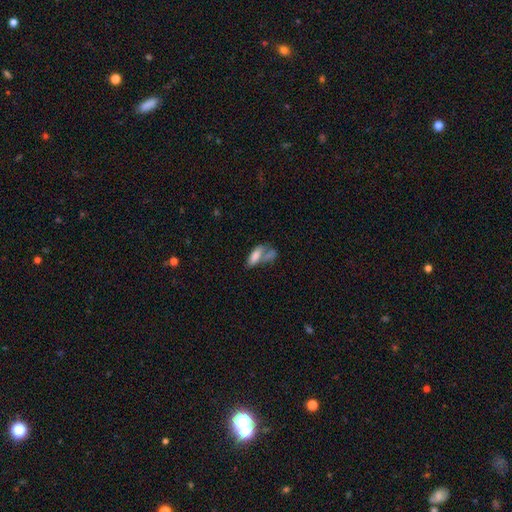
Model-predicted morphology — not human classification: Smooth or featured?
  - smooth: 76% *
  - featured or disk: 15%
  - star or artifact: 9%
How rounded?
  - in between: 75% *
  - cigar-shaped: 22%
  - round: 3%
Merging?
  - merger: 49% *
  - none: 28%
  - minor disturbance: 13%
  - major disturbance: 11%